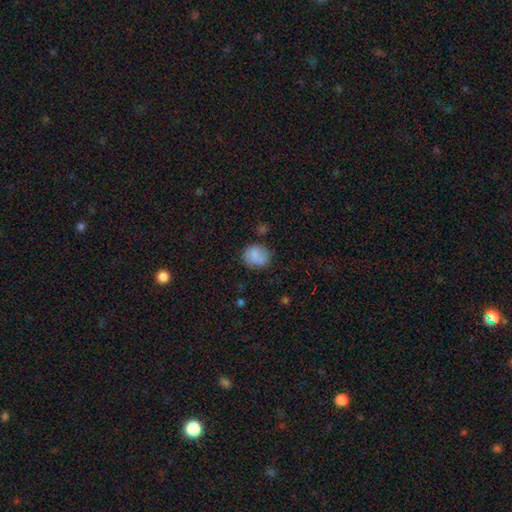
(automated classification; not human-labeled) smooth_or_featured: smooth (p=0.83) [alt: star or artifact p=0.09]
how_rounded: round (p=0.67) [alt: in between p=0.32]
merging: none (p=0.73) [alt: minor disturbance p=0.19]